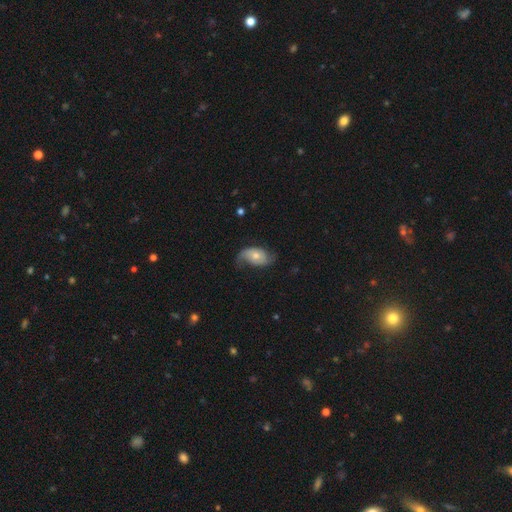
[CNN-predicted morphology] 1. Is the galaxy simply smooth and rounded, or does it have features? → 62% featured or disk, 31% smooth, 6% star or artifact.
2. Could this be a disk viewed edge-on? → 95% no, 5% yes.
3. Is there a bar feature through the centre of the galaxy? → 74% no, 20% weak, 5% strong.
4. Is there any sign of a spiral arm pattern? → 86% yes, 14% no.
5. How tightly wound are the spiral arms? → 57% loose, 29% medium, 14% tight.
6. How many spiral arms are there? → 74% 2, 15% 1, 8% can't tell, 1% 3, 1% 4, 1% more than 4.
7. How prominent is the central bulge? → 54% moderate, 39% small, 4% large, 2% none, 1% dominant.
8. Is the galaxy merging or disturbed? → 55% none, 27% minor disturbance, 16% major disturbance, 2% merger.